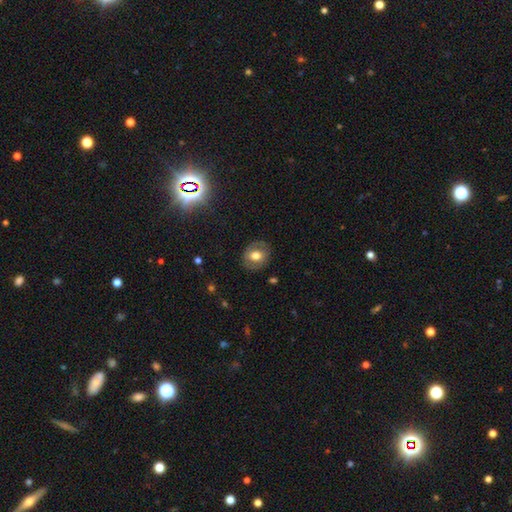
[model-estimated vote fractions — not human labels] Morphology: type=smooth (57%); roundness=round (65%); merging=none (82%).